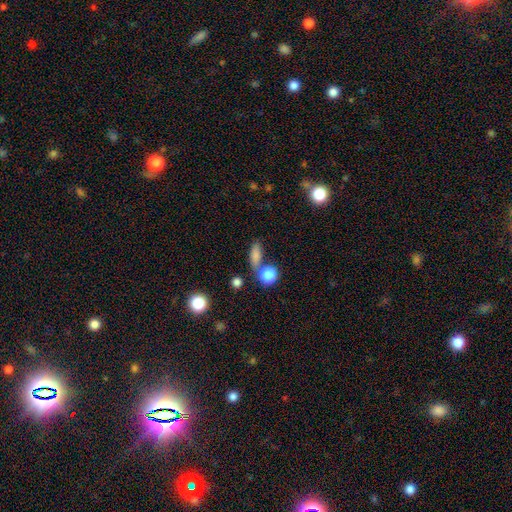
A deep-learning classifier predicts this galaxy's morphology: A smooth galaxy with no disk features (79%) that is in between round and cigar-shaped (52%). Merging: none (63%).